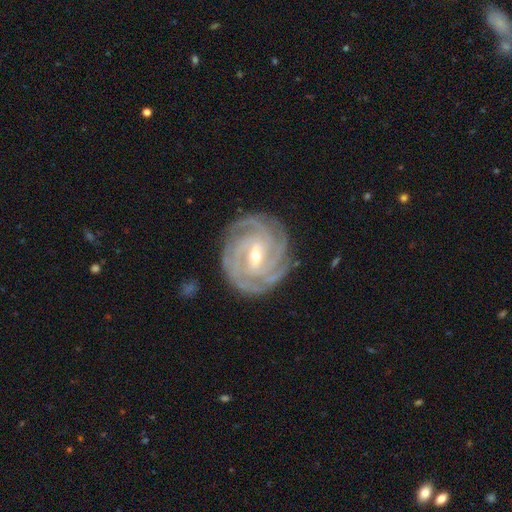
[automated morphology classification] Overall: featured or disk (91%). Edge-on disk: no (98%). Bar: weak (50%; strong 31%). Spiral arms: yes (98%). Spiral arm count: 4 (40%; 3 23%). Spiral winding: tight (79%). Bulge size: small (59%; moderate 38%). Merging: none (83%).